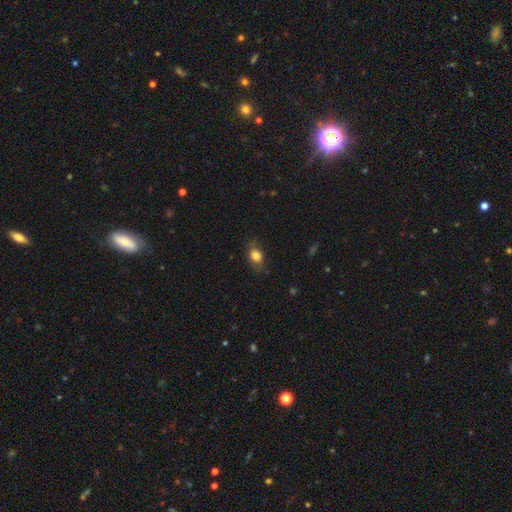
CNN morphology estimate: type=smooth (82%); roundness=in between (73%); merging=none (74%).